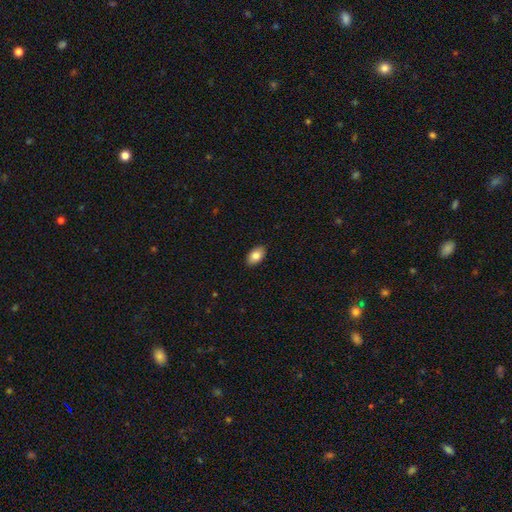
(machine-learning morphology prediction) This appears to be a smooth galaxy with no disk features (84%) that is in between round and cigar-shaped (93%). Merging: none (89%).